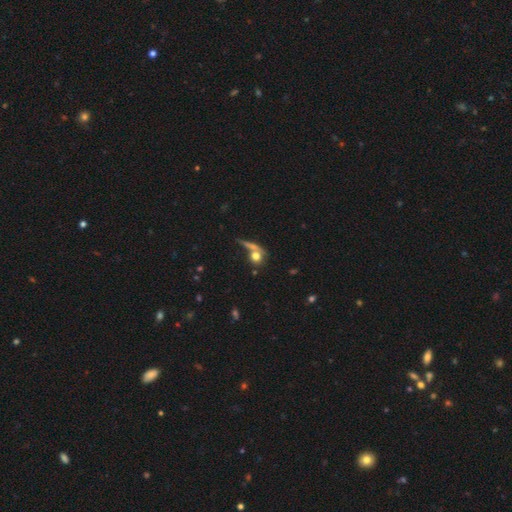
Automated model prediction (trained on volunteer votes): Morphology: type=smooth (70%); roundness=round (75%); merging=none (52%).